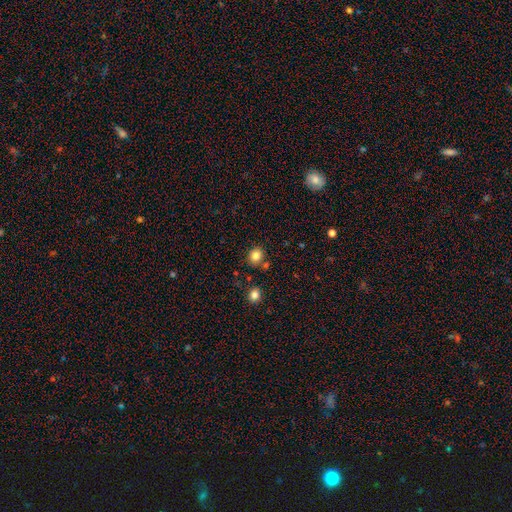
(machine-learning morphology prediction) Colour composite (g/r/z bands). It shows a smooth galaxy with no disk features (83%) that is round (73%). Merging: none (79%).